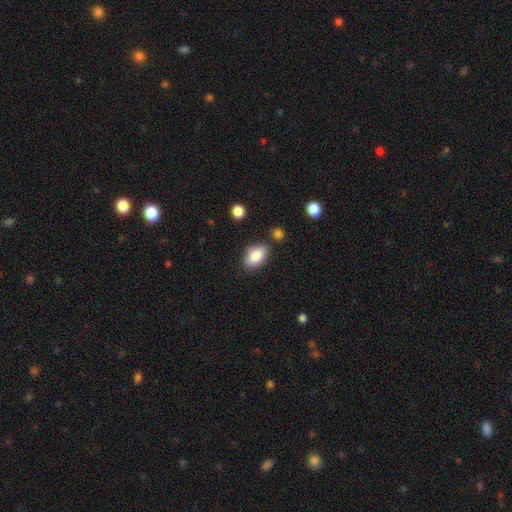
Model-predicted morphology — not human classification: type=smooth (84%); roundness=in between (91%); merging=none (79%).